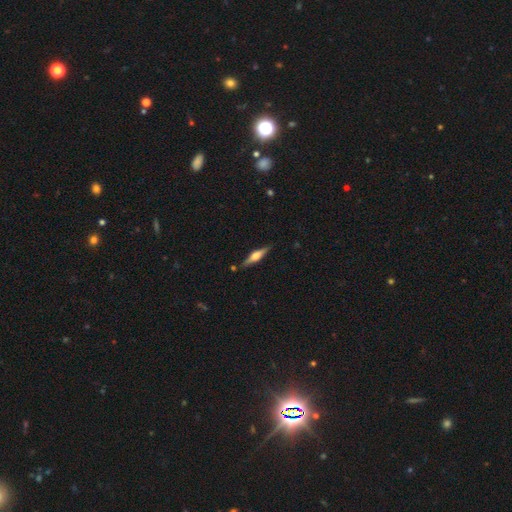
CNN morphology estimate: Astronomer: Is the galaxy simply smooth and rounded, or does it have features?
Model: featured or disk — 68%.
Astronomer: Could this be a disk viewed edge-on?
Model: yes — 97%.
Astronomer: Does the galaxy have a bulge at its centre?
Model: rounded — 87%.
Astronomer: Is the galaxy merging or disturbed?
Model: none — 86%.